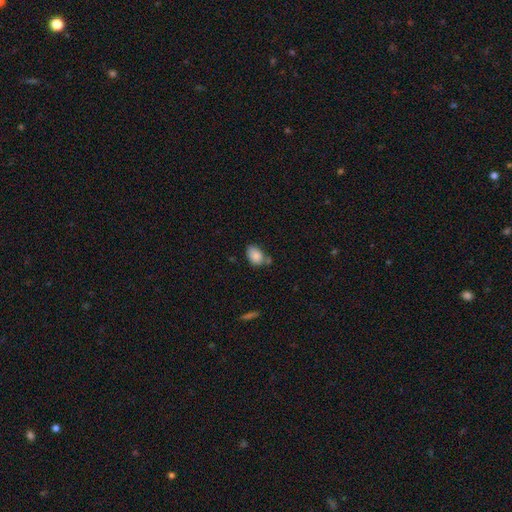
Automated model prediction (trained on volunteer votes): Smooth or featured?
  - smooth: 86% *
  - star or artifact: 8%
  - featured or disk: 5%
How rounded?
  - in between: 77% *
  - round: 22%
  - cigar-shaped: 1%
Merging?
  - none: 56% *
  - minor disturbance: 23%
  - merger: 15%
  - major disturbance: 6%